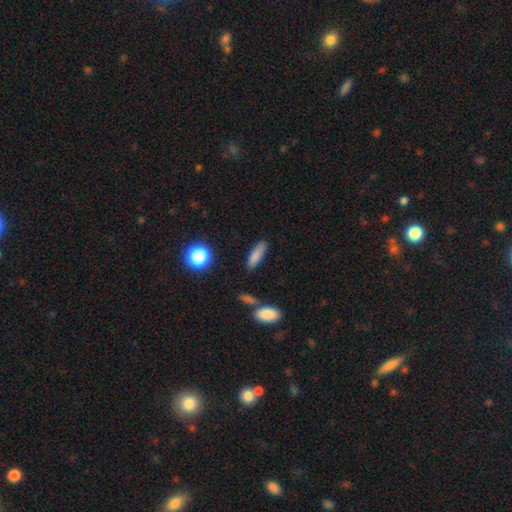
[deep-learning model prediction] smooth-or-featured: smooth: 82% | star or artifact: 10% | featured or disk: 9%
  how-rounded: cigar-shaped: 49% | in between: 47% | round: 4%
  merging: none: 80% | minor disturbance: 13% | merger: 4% | major disturbance: 3%